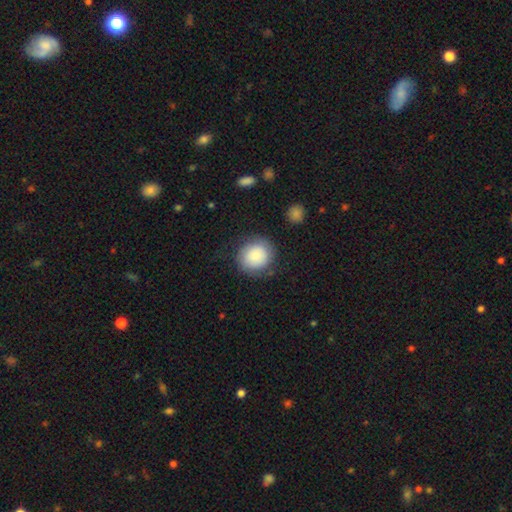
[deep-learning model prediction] This is clearly a smooth galaxy (84%). How rounded: clearly round (87%). Merging: clearly none (80%).